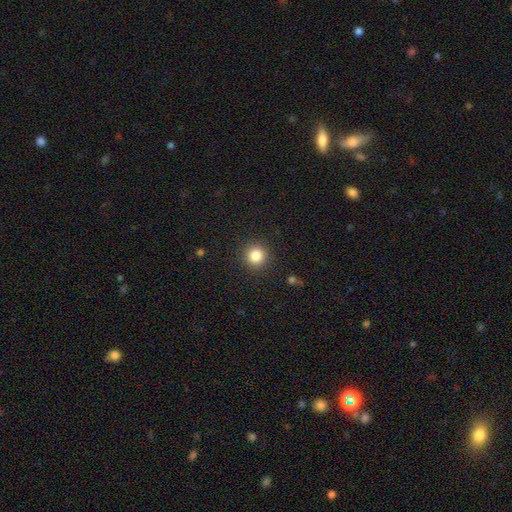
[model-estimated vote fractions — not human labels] smooth 84%, star or artifact 11%, featured or disk 5%. Down the decision tree: how rounded — round (94%); merging — none (91%).